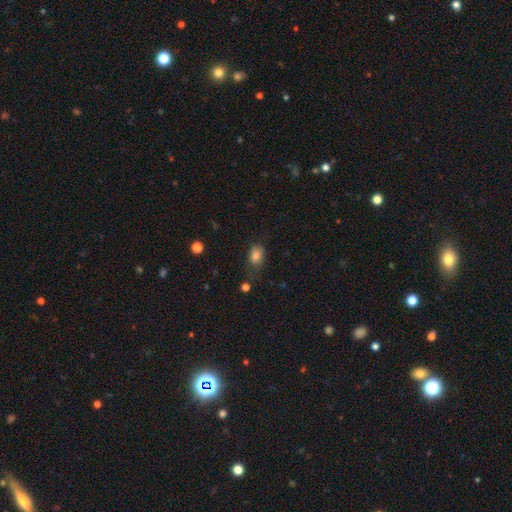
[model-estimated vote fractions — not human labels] smooth 81%, star or artifact 11%, featured or disk 8%. Down the decision tree: how rounded — in between (76%); merging — none (64%).